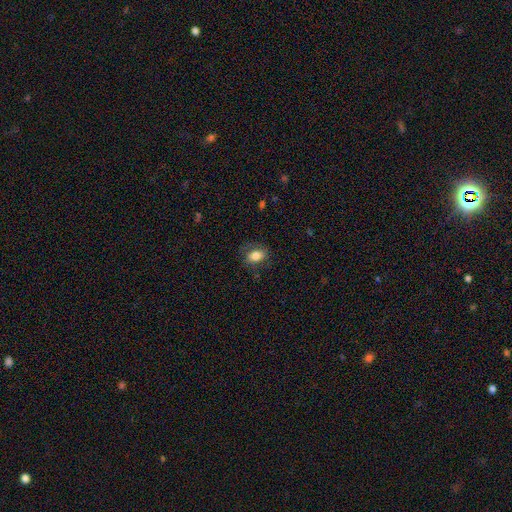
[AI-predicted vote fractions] A smooth galaxy with no disk features (80%) that is in between round and cigar-shaped (80%). Merging: none (73%).